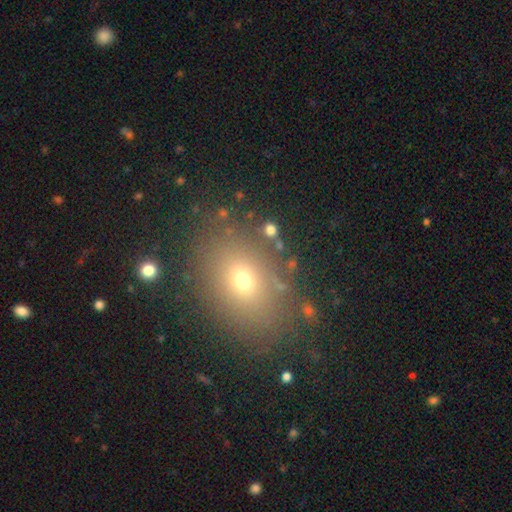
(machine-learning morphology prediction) Smooth or featured?
  - smooth: 62% *
  - star or artifact: 24%
  - featured or disk: 14%
How rounded?
  - in between: 64% *
  - round: 35%
  - cigar-shaped: 1%
Merging?
  - none: 84% *
  - minor disturbance: 10%
  - major disturbance: 4%
  - merger: 3%